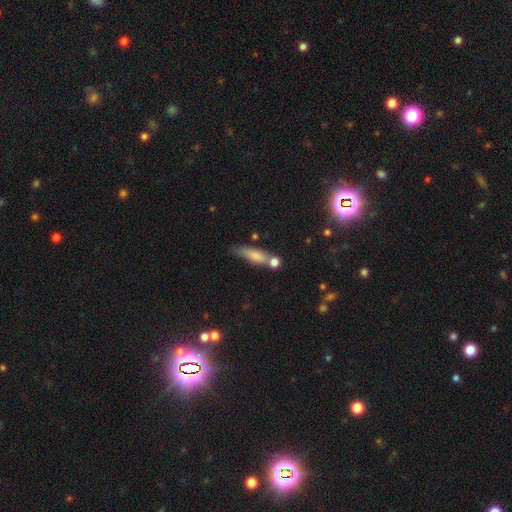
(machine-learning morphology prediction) Smooth or featured? smooth (75%)
How rounded? cigar-shaped (58%)
Merging? none (50%)